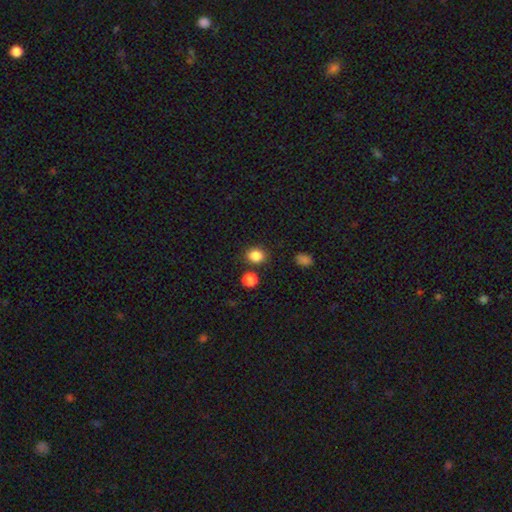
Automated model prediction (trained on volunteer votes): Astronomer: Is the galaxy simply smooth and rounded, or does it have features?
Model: smooth — 85%.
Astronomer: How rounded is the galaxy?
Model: round — 67%.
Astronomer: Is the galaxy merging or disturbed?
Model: none — 82%.